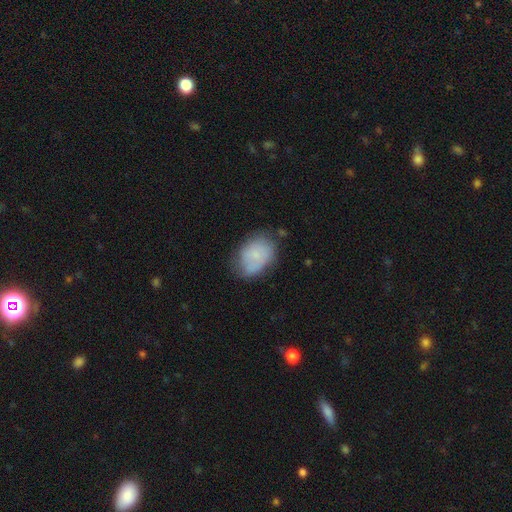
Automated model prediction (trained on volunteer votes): A smooth galaxy with no disk features (70%) that is in between round and cigar-shaped (78%).

Vote fractions:
- Smooth or featured? smooth: 70% / featured or disk: 22% / star or artifact: 8%
- How rounded? in between: 78% / round: 21% / cigar-shaped: 1%
- Merging? none: 54% / minor disturbance: 31% / major disturbance: 10% / merger: 5%